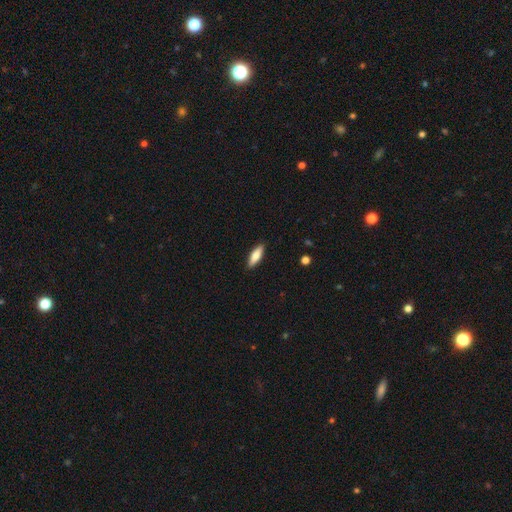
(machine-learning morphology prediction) Smooth or featured: smooth — 74% (featured or disk — 20%)
How rounded: cigar-shaped — 49% (tied with in between — 49%)
Merging: none — 89% (minor disturbance — 8%)